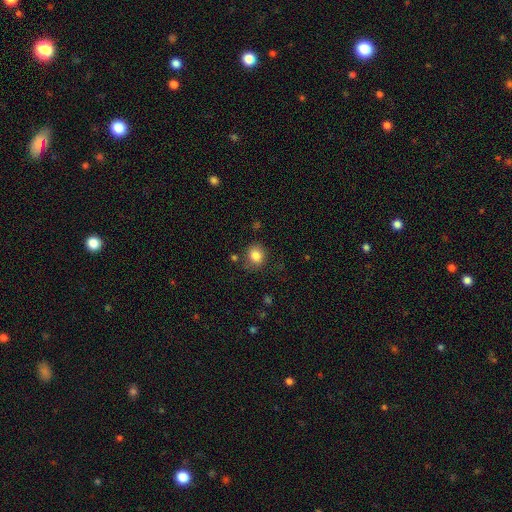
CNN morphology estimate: This is clearly a smooth galaxy (84%). How rounded: likely round (73%). Merging: likely none (77%).